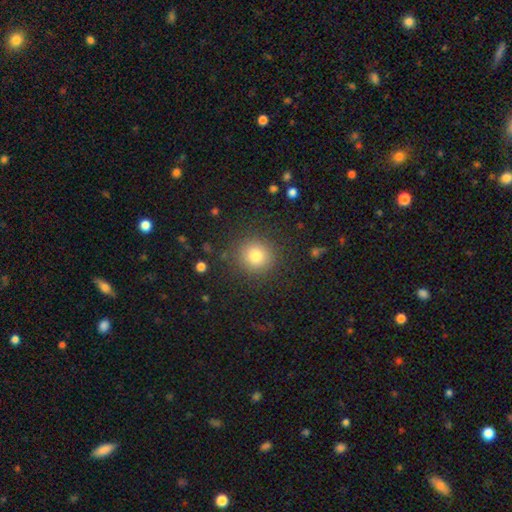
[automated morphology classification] This appears to be a smooth galaxy with no disk features (80%) that is round (91%). Merging: none (88%).